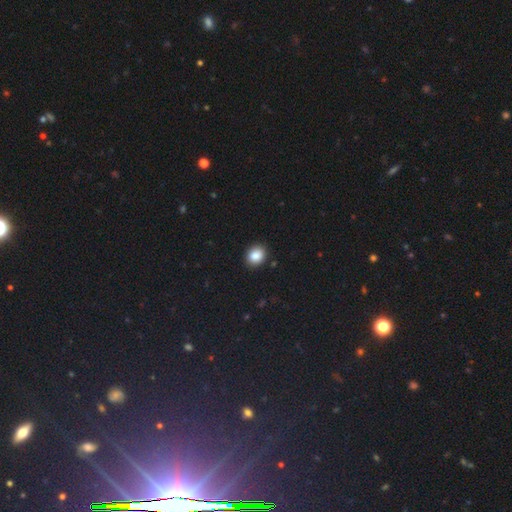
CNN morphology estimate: smooth 87%, star or artifact 9%, featured or disk 5%. Down the decision tree: how rounded — round (53%); merging — none (90%).